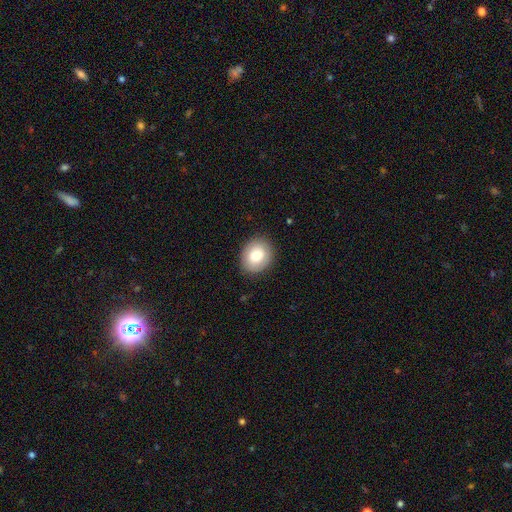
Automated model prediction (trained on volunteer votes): This is likely a smooth galaxy (78%). How rounded: likely round (66%). Merging: clearly none (88%).